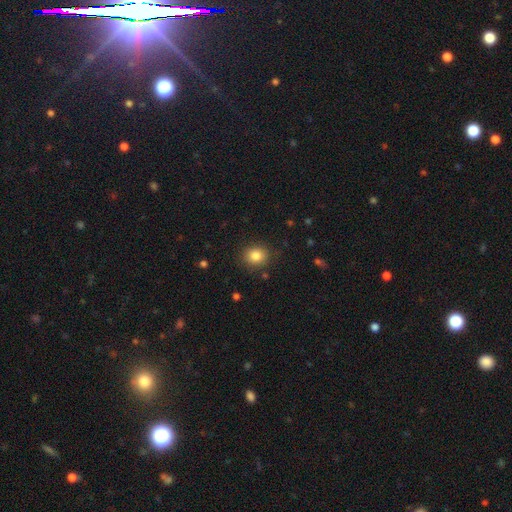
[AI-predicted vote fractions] Q: Smooth or featured?
A: smooth (83%); runner-up: star or artifact (11%)
Q: How rounded?
A: round (73%); runner-up: in between (26%)
Q: Merging?
A: none (87%); runner-up: minor disturbance (9%)